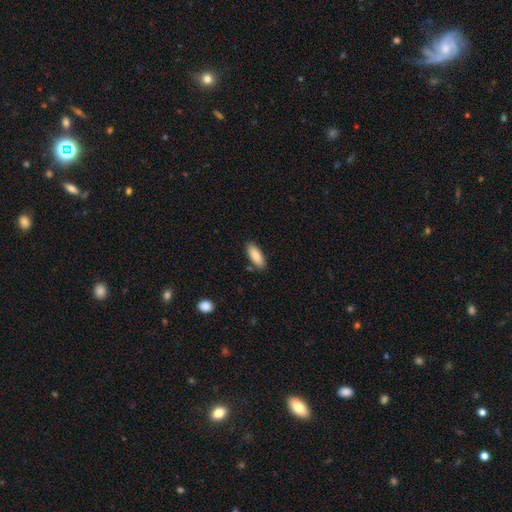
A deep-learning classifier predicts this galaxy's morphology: Smooth or featured?
  - smooth: 87% *
  - featured or disk: 7%
  - star or artifact: 6%
How rounded?
  - in between: 76% *
  - cigar-shaped: 22%
  - round: 2%
Merging?
  - none: 84% *
  - minor disturbance: 11%
  - merger: 3%
  - major disturbance: 2%